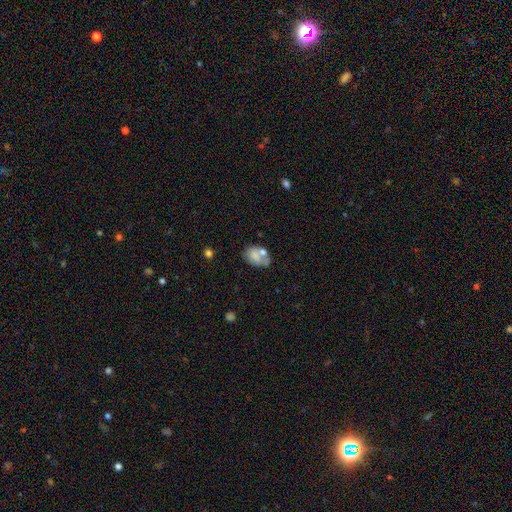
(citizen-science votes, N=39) Smooth or featured?
  - smooth: 59% *
  - featured or disk: 33%
  - star or artifact: 8%
How rounded?
  - in between: 70% *
  - round: 30%
  - cigar-shaped: 0%
Merging?
  - none: 39% *
  - merger: 28%
  - major disturbance: 19%
  - minor disturbance: 14%